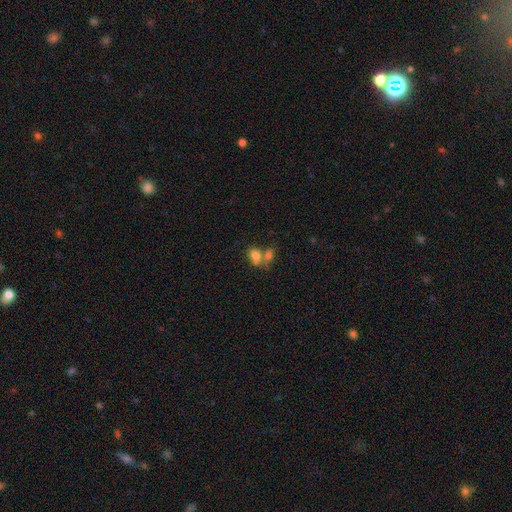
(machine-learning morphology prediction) Smooth or featured?
  - smooth: 76% *
  - featured or disk: 13%
  - star or artifact: 11%
How rounded?
  - in between: 69% *
  - round: 30%
  - cigar-shaped: 2%
Merging?
  - merger: 58% *
  - none: 27%
  - minor disturbance: 9%
  - major disturbance: 5%